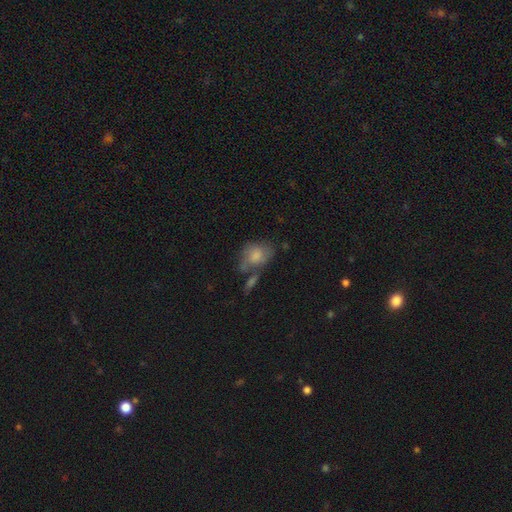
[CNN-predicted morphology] The model was most divided on "merging": none: 35%, merger: 30%, minor disturbance: 21%, major disturbance: 14%. More confident: how rounded — in between (74%); smooth or featured — smooth (69%).